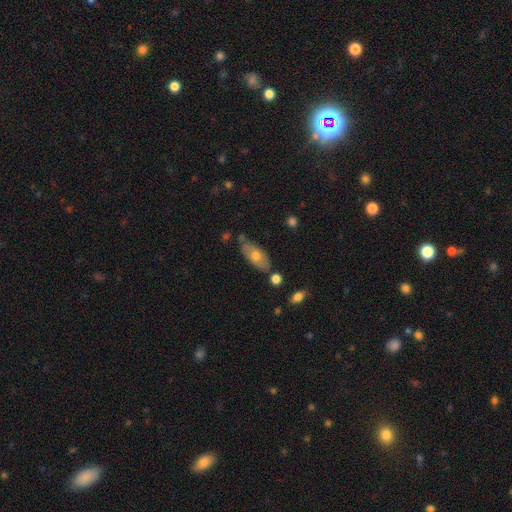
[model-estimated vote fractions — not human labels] smooth-or-featured: smooth: 63% | featured or disk: 31% | star or artifact: 6%
  how-rounded: in between: 85% | cigar-shaped: 12% | round: 3%
  merging: none: 71% | minor disturbance: 18% | merger: 8% | major disturbance: 4%